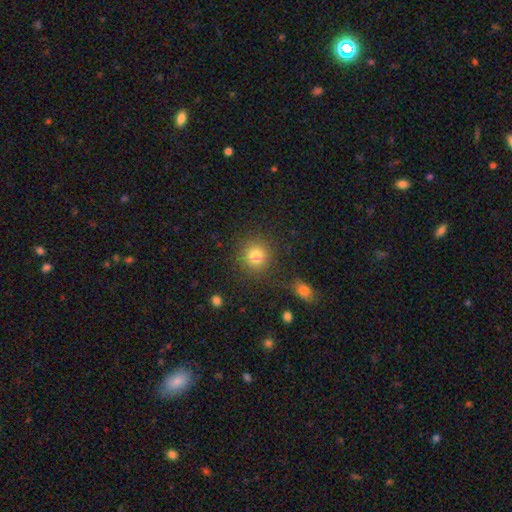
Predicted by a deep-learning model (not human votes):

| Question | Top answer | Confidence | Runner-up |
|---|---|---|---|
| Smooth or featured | smooth | 80% | star or artifact (12%) |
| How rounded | round | 91% | in between (8%) |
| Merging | none | 84% | minor disturbance (9%) |